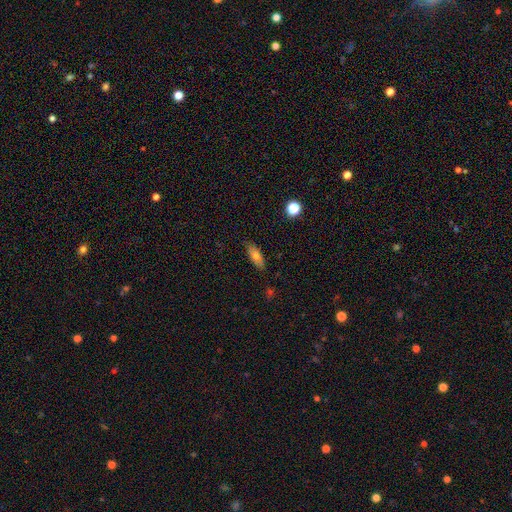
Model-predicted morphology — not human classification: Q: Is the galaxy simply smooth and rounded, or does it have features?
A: smooth — 71%.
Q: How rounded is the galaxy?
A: in between — 67%.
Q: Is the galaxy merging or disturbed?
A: none — 86%.